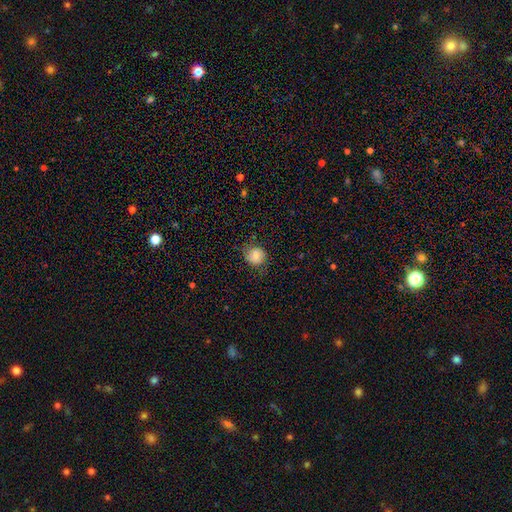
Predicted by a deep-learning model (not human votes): smooth_or_featured: smooth (p=0.71) [alt: featured or disk p=0.20]
how_rounded: round (p=0.80) [alt: in between p=0.19]
merging: none (p=0.72) [alt: minor disturbance p=0.20]